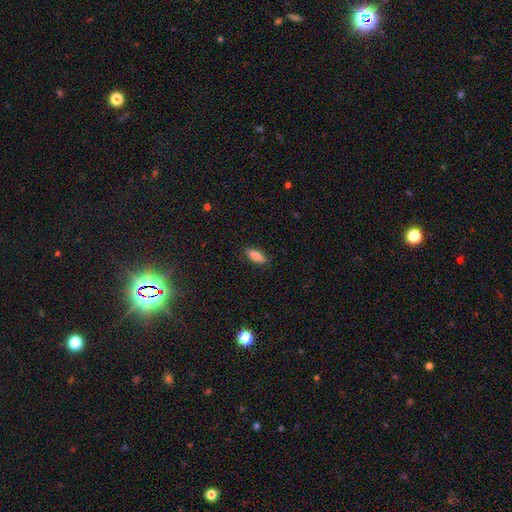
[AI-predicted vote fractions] This is clearly a smooth galaxy (84%). How rounded: likely in between (74%). Merging: clearly none (87%).